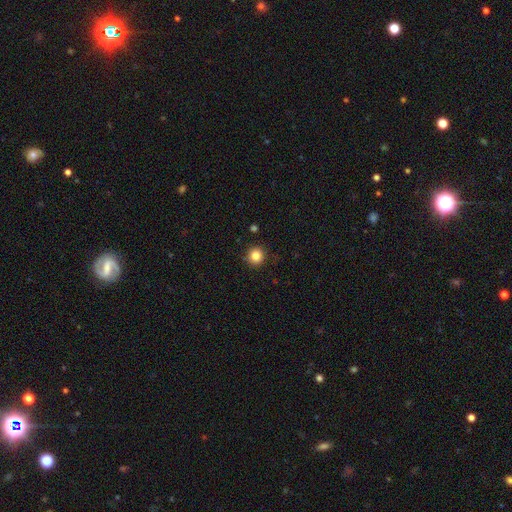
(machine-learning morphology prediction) Overall: smooth (85%). How rounded: round (93%). Merging: none (89%).